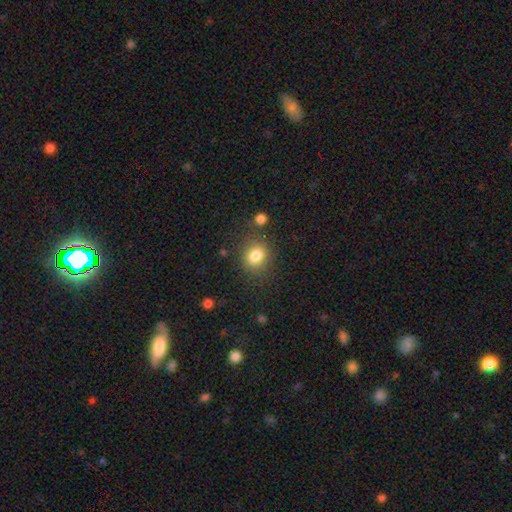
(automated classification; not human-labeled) Smooth or featured? Predicted: smooth (p=0.81). How rounded? Predicted: round (p=0.70). Merging? Predicted: none (p=0.80).